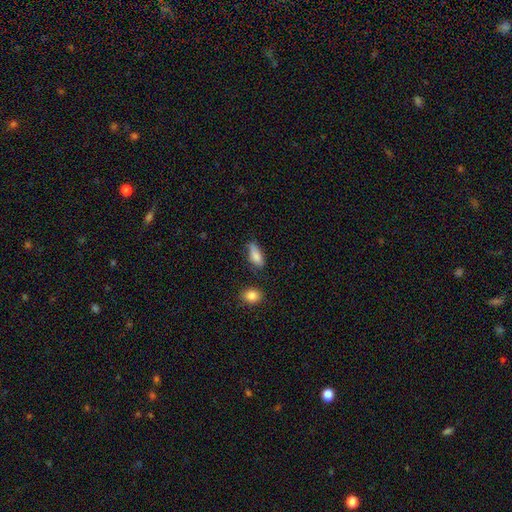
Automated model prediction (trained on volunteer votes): This is clearly a smooth galaxy (83%). How rounded: likely in between (76%). Merging: likely none (62%).